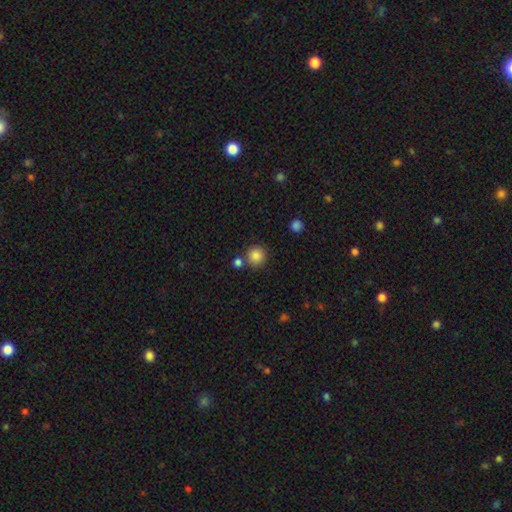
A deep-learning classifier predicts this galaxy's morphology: Overall: smooth (85%). How rounded: round (92%). Merging: none (77%).